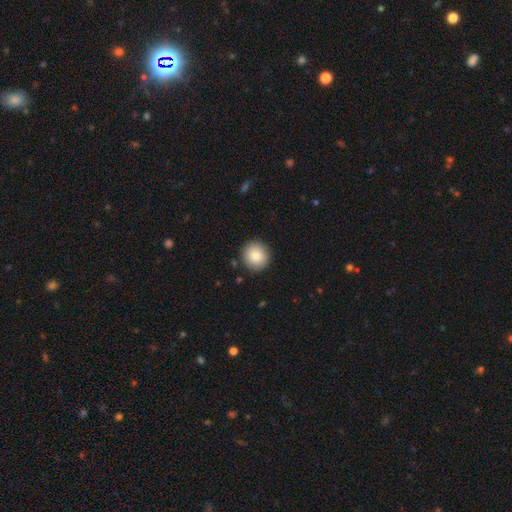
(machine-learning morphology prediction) type=smooth (85%); roundness=round (93%); merging=none (90%).